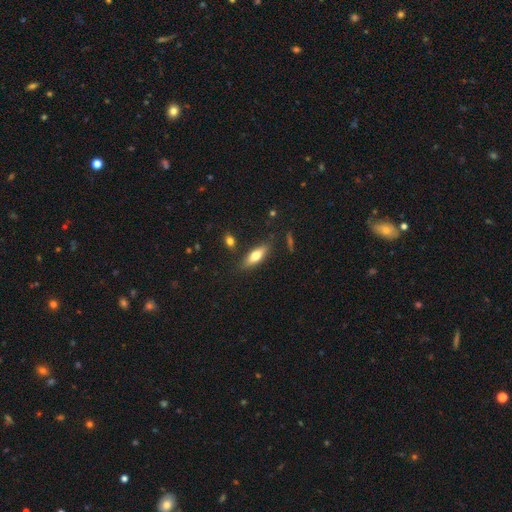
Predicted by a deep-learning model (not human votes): A smooth galaxy with no disk features (67%) that is in between round and cigar-shaped (59%).

Vote fractions:
- Smooth or featured? smooth: 67% / featured or disk: 26% / star or artifact: 7%
- How rounded? in between: 59% / cigar-shaped: 38% / round: 3%
- Merging? none: 80% / minor disturbance: 13% / merger: 4% / major disturbance: 3%